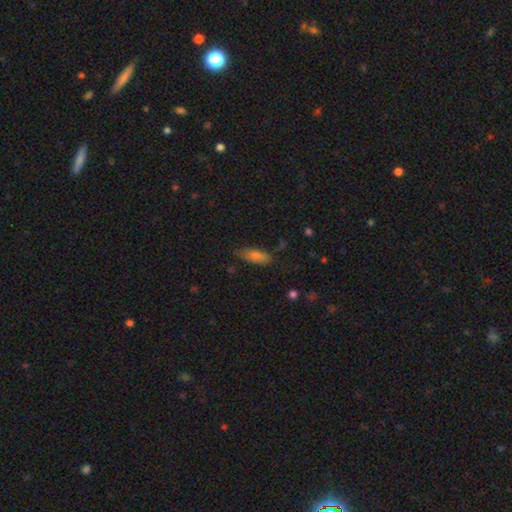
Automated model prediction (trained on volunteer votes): Smooth or featured? smooth (70%)
How rounded? in between (59%)
Merging? none (72%)